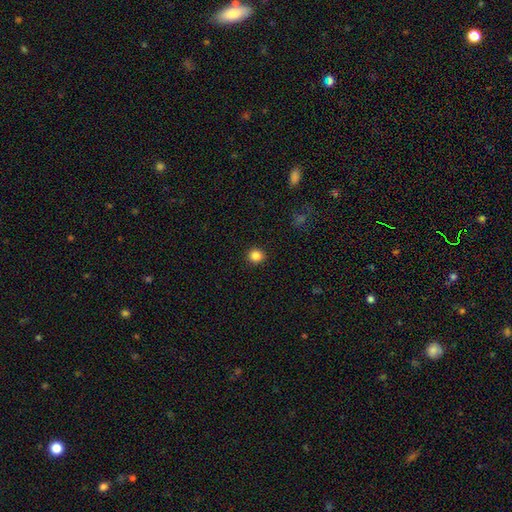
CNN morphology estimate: Smooth or featured?
  - smooth: 85% *
  - star or artifact: 11%
  - featured or disk: 3%
How rounded?
  - round: 89% *
  - in between: 10%
  - cigar-shaped: 1%
Merging?
  - none: 92% *
  - minor disturbance: 5%
  - major disturbance: 2%
  - merger: 1%